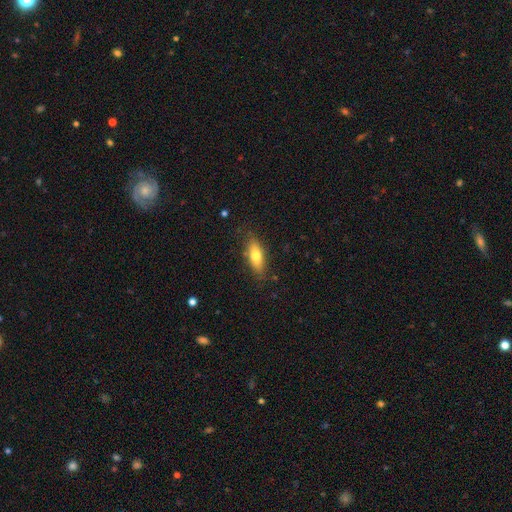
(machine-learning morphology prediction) type=smooth (72%); roundness=in between (70%); merging=none (81%).